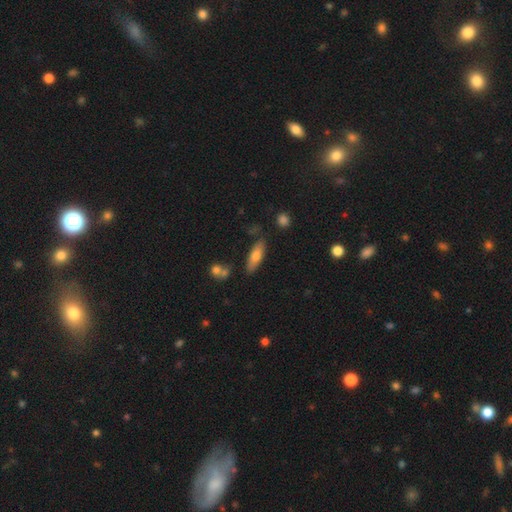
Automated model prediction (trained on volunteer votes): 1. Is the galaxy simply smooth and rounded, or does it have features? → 68% smooth, 26% featured or disk, 7% star or artifact.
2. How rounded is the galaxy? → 55% in between, 43% cigar-shaped, 2% round.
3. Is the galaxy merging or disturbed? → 77% none, 14% minor disturbance, 6% merger, 3% major disturbance.